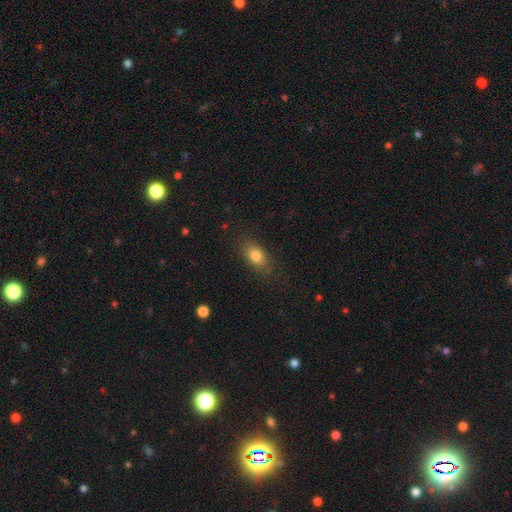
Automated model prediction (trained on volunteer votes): Smooth or featured?
  - smooth: 80% *
  - featured or disk: 11%
  - star or artifact: 9%
How rounded?
  - in between: 82% *
  - round: 12%
  - cigar-shaped: 6%
Merging?
  - none: 81% *
  - minor disturbance: 13%
  - major disturbance: 4%
  - merger: 1%